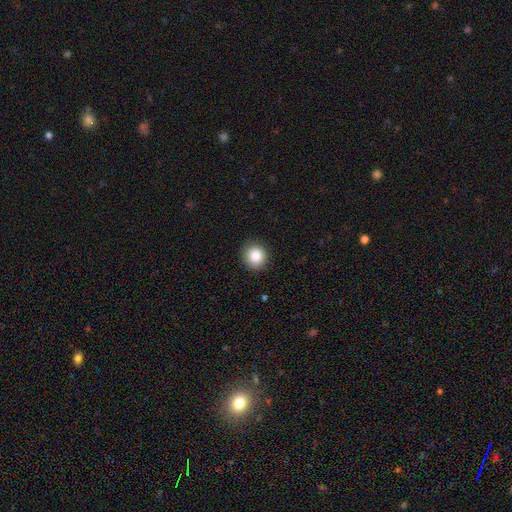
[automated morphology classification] Smooth or featured?
  - smooth: 84% *
  - star or artifact: 10%
  - featured or disk: 7%
How rounded?
  - round: 92% *
  - in between: 7%
  - cigar-shaped: 1%
Merging?
  - none: 92% *
  - minor disturbance: 6%
  - major disturbance: 2%
  - merger: 1%